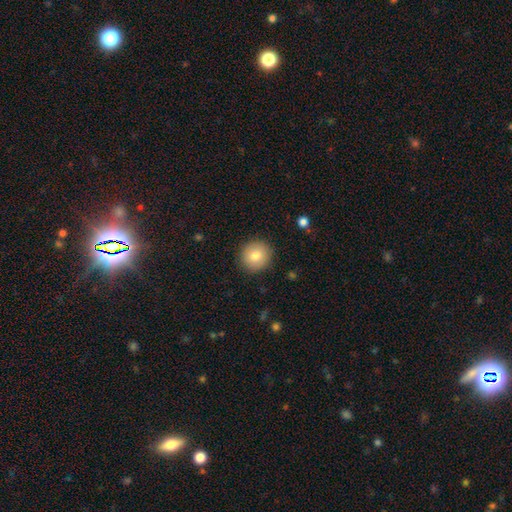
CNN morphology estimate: The model was most divided on "smooth or featured": smooth: 81%, featured or disk: 11%, star or artifact: 9%. More confident: how rounded — round (92%); merging — none (90%).